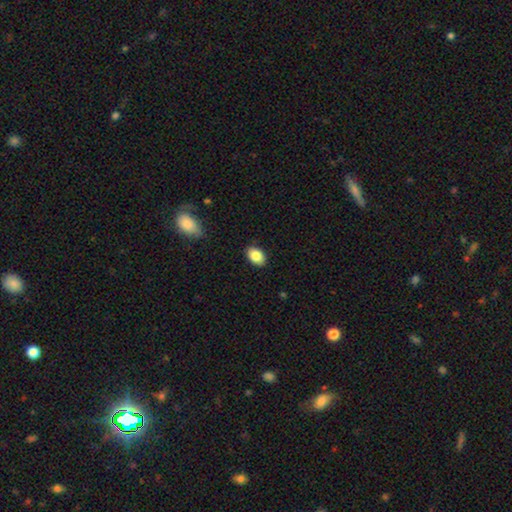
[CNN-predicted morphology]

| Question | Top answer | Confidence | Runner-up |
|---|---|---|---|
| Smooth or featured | smooth | 85% | star or artifact (8%) |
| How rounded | in between | 86% | round (13%) |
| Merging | none | 88% | minor disturbance (9%) |